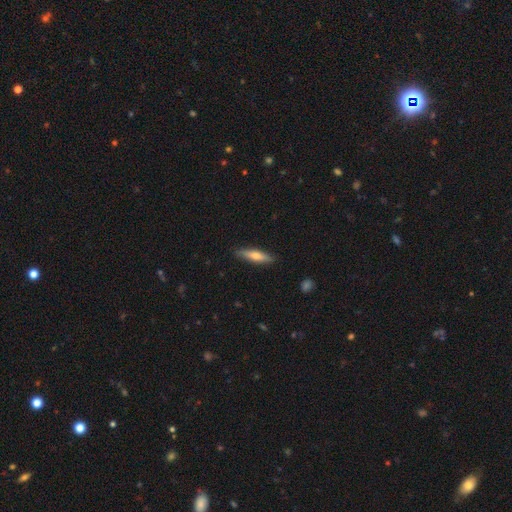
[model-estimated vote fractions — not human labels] A smooth galaxy with no disk features (57%) that is cigar-shaped (76%).

Vote fractions:
- Smooth or featured? smooth: 57% / featured or disk: 37% / star or artifact: 6%
- How rounded? cigar-shaped: 76% / in between: 22% / round: 2%
- Merging? none: 88% / minor disturbance: 9% / major disturbance: 2% / merger: 1%